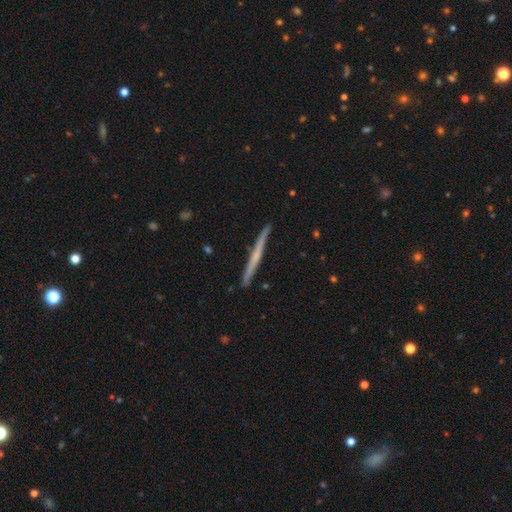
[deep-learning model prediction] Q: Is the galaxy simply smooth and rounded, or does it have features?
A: featured or disk — 62%.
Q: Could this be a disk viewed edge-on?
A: yes — 98%.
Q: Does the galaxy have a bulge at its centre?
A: none — 64%.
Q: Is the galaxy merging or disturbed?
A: none — 91%.